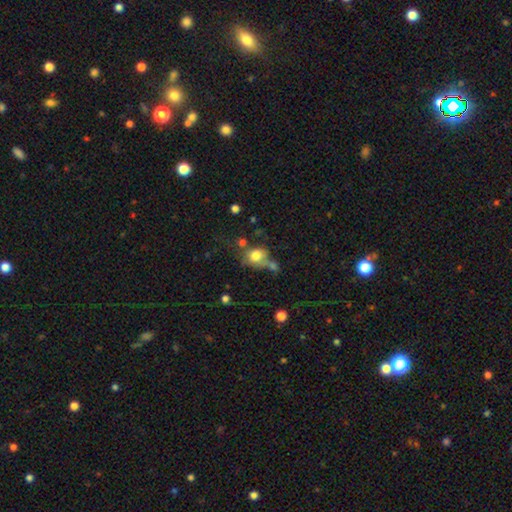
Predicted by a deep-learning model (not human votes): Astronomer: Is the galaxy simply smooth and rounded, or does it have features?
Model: smooth — 77%.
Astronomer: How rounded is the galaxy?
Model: round — 64%.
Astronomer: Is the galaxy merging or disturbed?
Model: none — 45% (runner-up: merger, 25%).